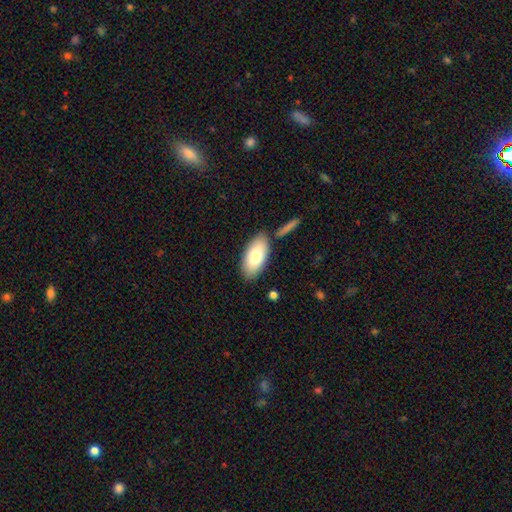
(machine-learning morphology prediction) This is likely a smooth galaxy (77%). How rounded: clearly in between (93%). Merging: clearly none (81%).